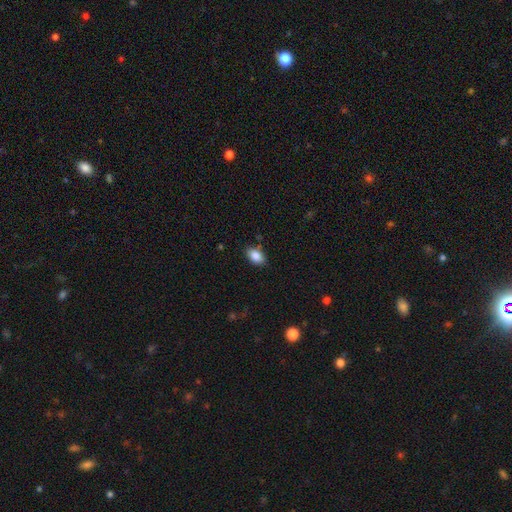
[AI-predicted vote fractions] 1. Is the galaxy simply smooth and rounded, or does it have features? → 86% smooth, 8% star or artifact, 6% featured or disk.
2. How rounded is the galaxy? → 88% in between, 11% round, 2% cigar-shaped.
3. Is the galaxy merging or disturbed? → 83% none, 12% minor disturbance, 2% major disturbance, 2% merger.